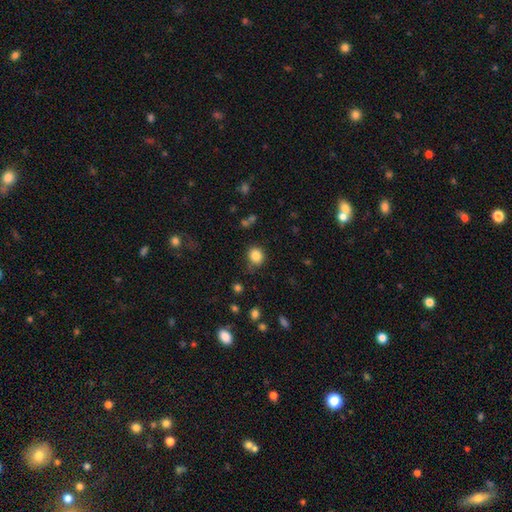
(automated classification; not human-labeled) smooth 85%, star or artifact 11%, featured or disk 5%. Down the decision tree: how rounded — round (78%); merging — none (77%).